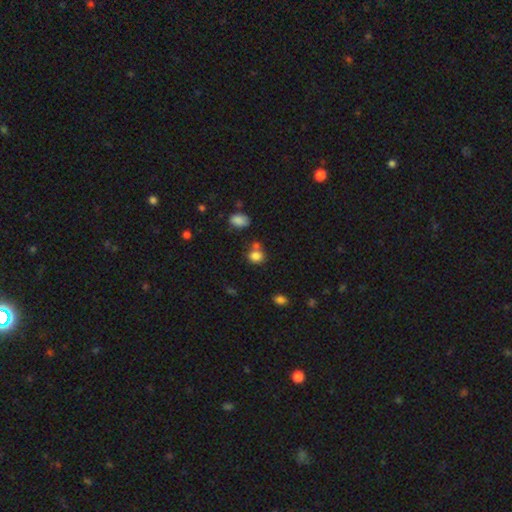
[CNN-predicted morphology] smooth-or-featured: smooth: 82% | star or artifact: 12% | featured or disk: 6%
  how-rounded: round: 72% | in between: 27% | cigar-shaped: 1%
  merging: none: 59% | merger: 23% | minor disturbance: 13% | major disturbance: 4%